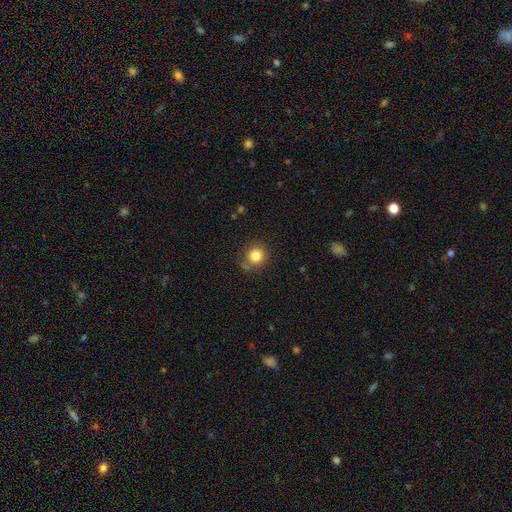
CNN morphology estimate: This is clearly a smooth galaxy (82%). How rounded: clearly round (88%). Merging: likely none (74%).